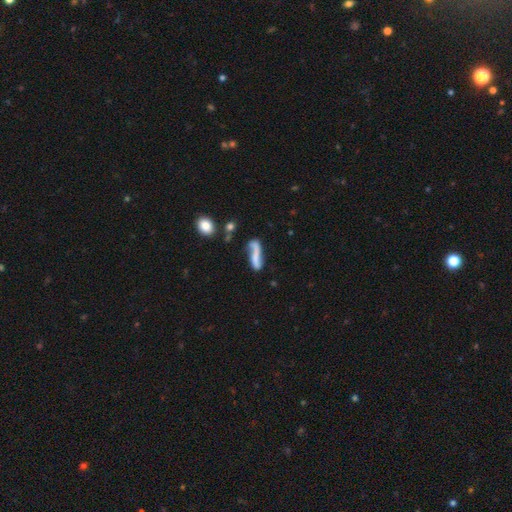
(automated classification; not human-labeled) Smooth or featured? featured or disk (48%)
Merging? none (45%)